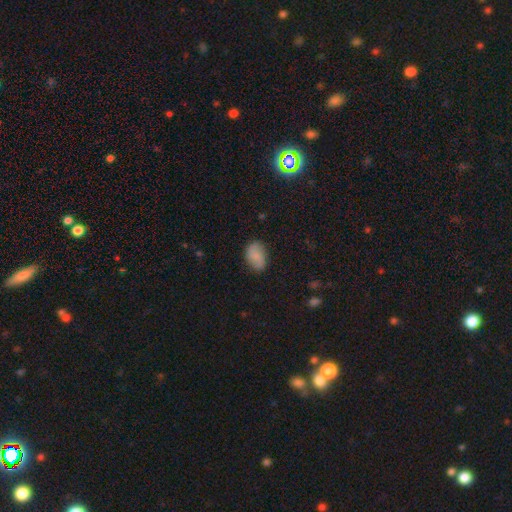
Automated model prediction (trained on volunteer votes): The model was most divided on "smooth or featured": smooth: 72%, featured or disk: 20%, star or artifact: 8%. More confident: how rounded — in between (88%); merging — none (78%).